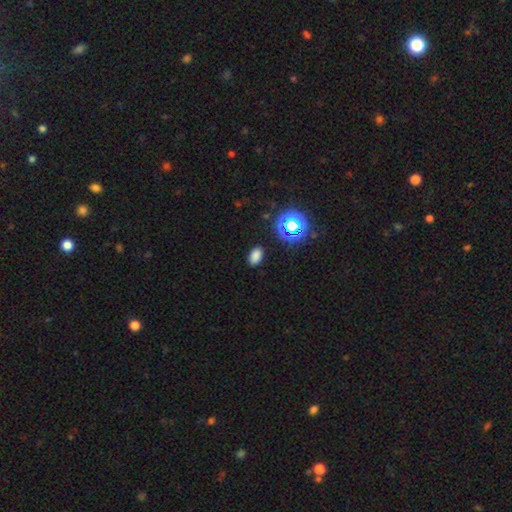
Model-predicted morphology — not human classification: type=smooth (76%); roundness=in between (86%); merging=none (87%).